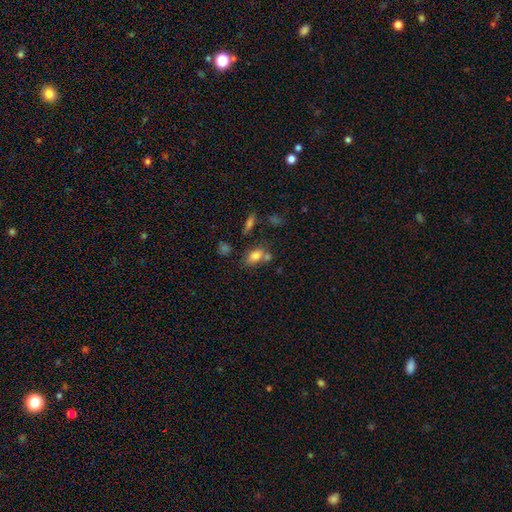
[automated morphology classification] A smooth galaxy with no disk features (80%) that is in between round and cigar-shaped (84%).

Vote fractions:
- Smooth or featured? smooth: 80% / featured or disk: 11% / star or artifact: 10%
- How rounded? in between: 84% / round: 13% / cigar-shaped: 3%
- Merging? none: 53% / merger: 26% / minor disturbance: 15% / major disturbance: 6%